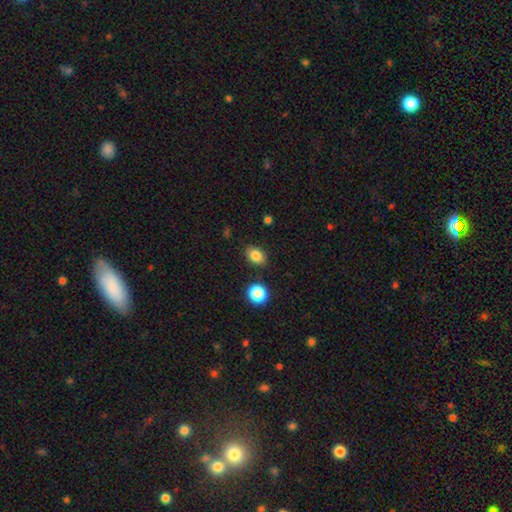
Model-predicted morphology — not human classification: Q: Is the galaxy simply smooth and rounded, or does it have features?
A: smooth — 83%.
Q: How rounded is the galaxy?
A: in between — 74%.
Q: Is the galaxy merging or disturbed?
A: none — 83%.